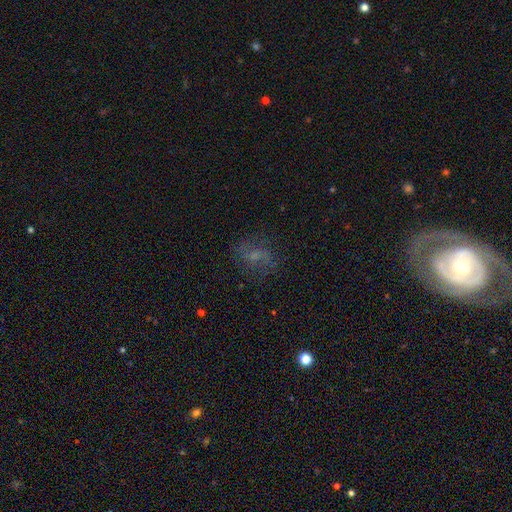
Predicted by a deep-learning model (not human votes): Smooth or featured? featured or disk (43%)
Merging? none (70%)